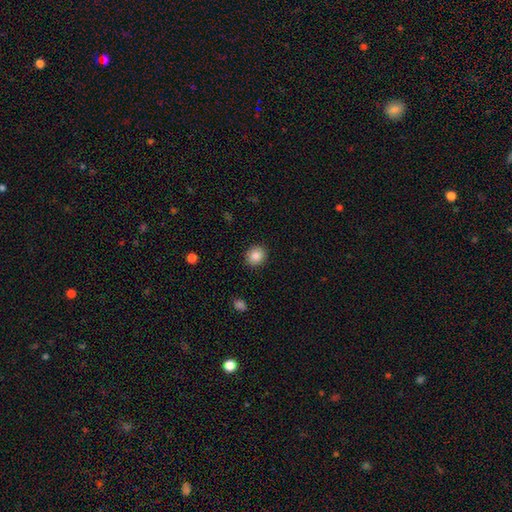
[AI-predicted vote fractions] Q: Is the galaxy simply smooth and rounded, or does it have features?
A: smooth — 85%.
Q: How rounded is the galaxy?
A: round — 73%.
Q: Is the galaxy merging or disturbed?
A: none — 90%.